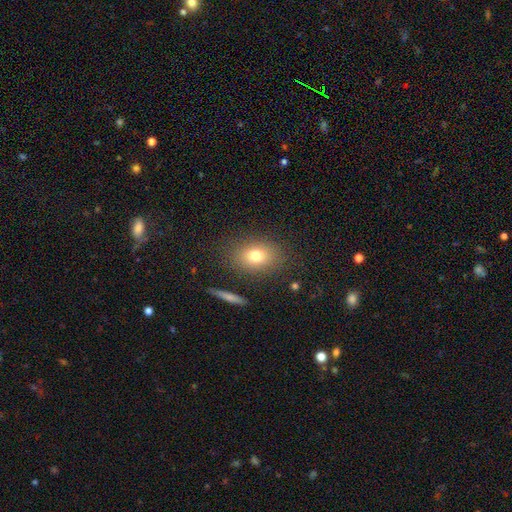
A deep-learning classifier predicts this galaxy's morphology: Smooth or featured? smooth (75%)
How rounded? in between (63%)
Merging? none (83%)